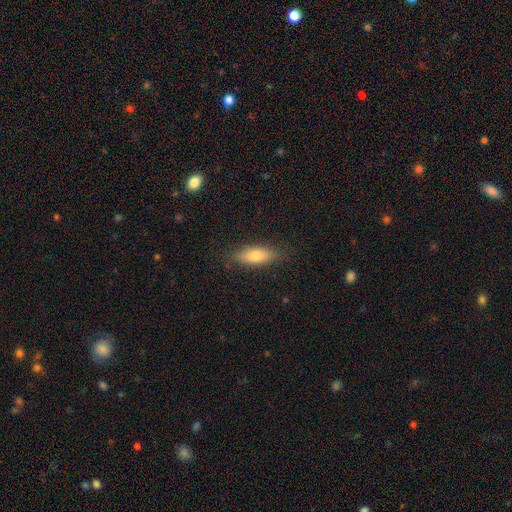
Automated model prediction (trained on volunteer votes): Smooth or featured? smooth (72%)
How rounded? in between (59%)
Merging? none (85%)